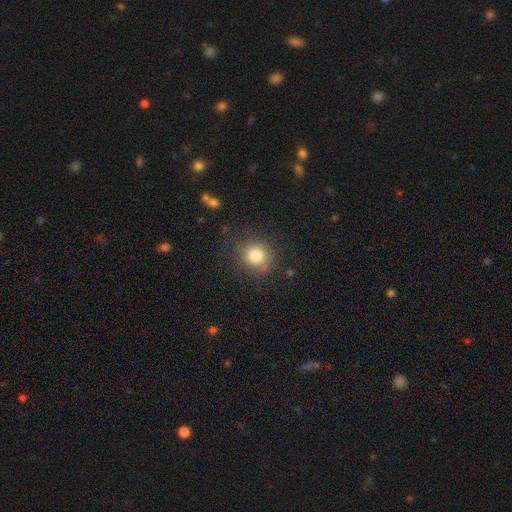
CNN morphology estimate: A smooth galaxy with no disk features (81%) that is round (79%). Merging: none (79%).